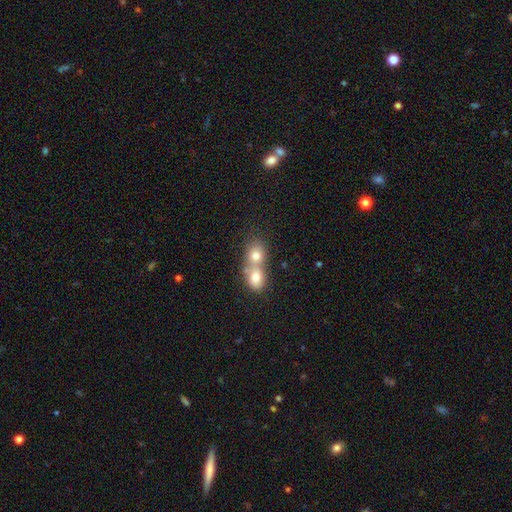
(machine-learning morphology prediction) Smooth or featured? Predicted: smooth (p=0.74). How rounded? Predicted: round (p=0.61). Merging? Predicted: merger (p=0.69).